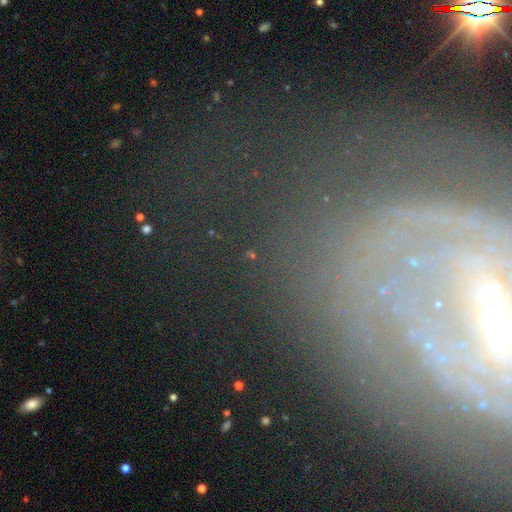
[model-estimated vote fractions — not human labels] smooth-or-featured: star or artifact: 43% | featured or disk: 37% | smooth: 20%